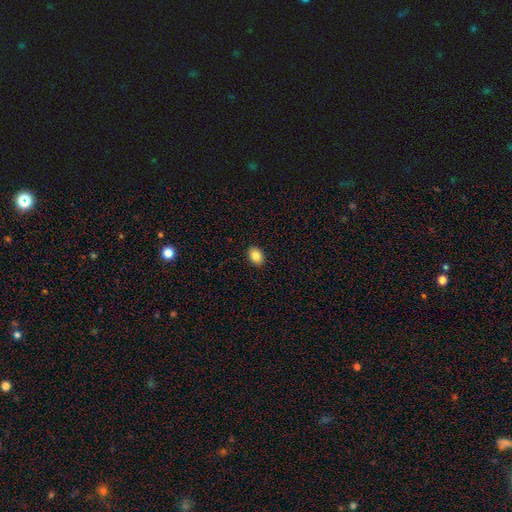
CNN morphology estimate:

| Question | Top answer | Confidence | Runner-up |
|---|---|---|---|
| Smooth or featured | smooth | 85% | star or artifact (9%) |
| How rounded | in between | 71% | round (28%) |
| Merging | none | 91% | minor disturbance (7%) |